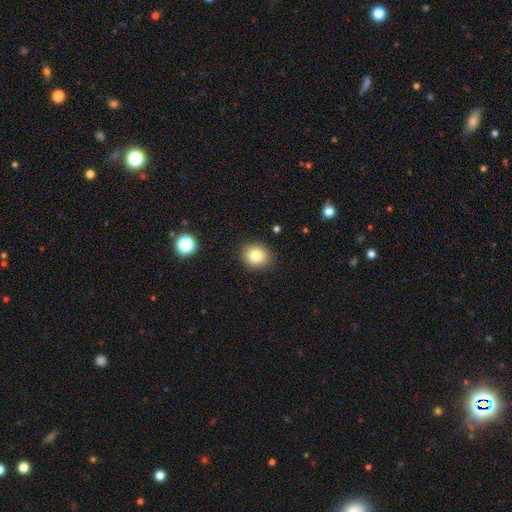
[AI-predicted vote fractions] A smooth galaxy with no disk features (80%) that is round (70%).

Vote fractions:
- Smooth or featured? smooth: 80% / star or artifact: 11% / featured or disk: 8%
- How rounded? round: 70% / in between: 29% / cigar-shaped: 1%
- Merging? none: 89% / minor disturbance: 8% / major disturbance: 2% / merger: 1%